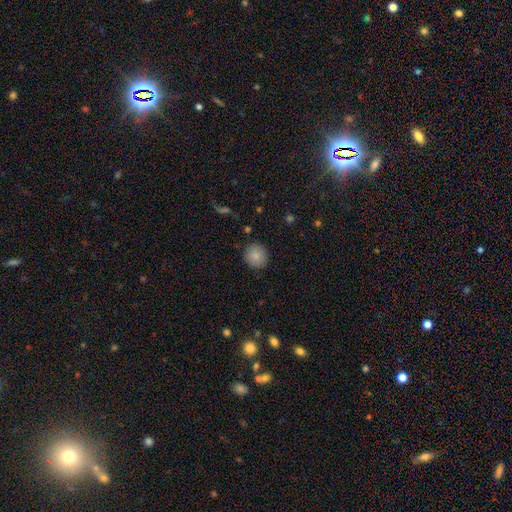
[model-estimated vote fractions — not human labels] This is clearly a smooth galaxy (86%). How rounded: clearly round (92%). Merging: clearly none (89%).